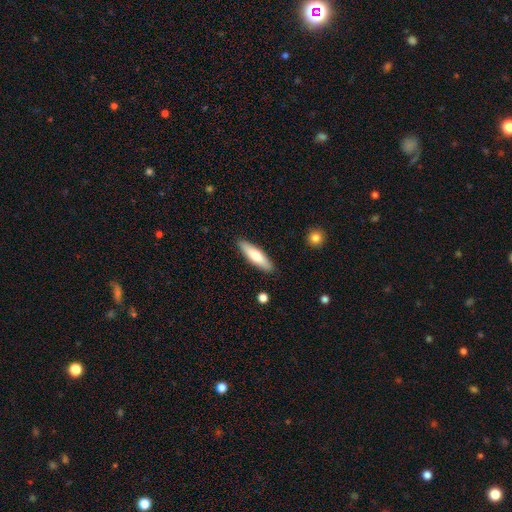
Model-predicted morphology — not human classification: Smooth or featured?
  - smooth: 70% *
  - featured or disk: 25%
  - star or artifact: 5%
How rounded?
  - cigar-shaped: 63% *
  - in between: 36%
  - round: 2%
Merging?
  - none: 89% *
  - minor disturbance: 8%
  - major disturbance: 2%
  - merger: 1%